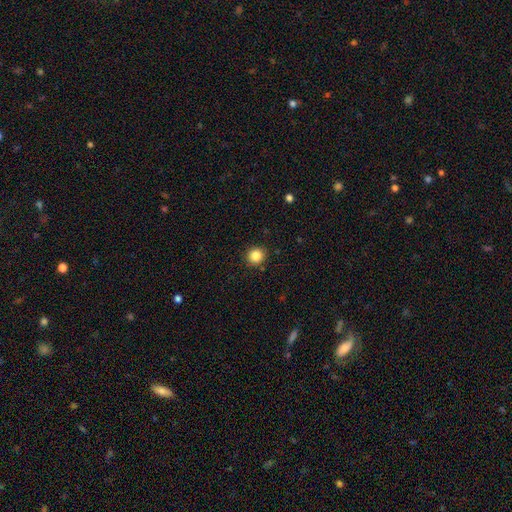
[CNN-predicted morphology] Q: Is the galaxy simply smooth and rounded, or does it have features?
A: smooth — 85%.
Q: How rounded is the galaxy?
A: round — 91%.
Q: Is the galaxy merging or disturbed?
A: none — 91%.